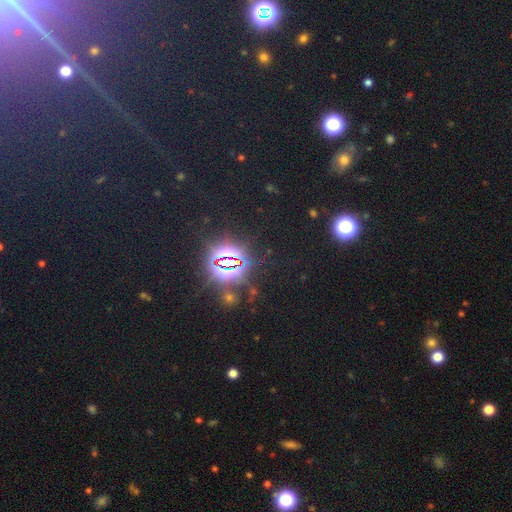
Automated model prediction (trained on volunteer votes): This is likely a star or artifact rather than a galaxy (76%).